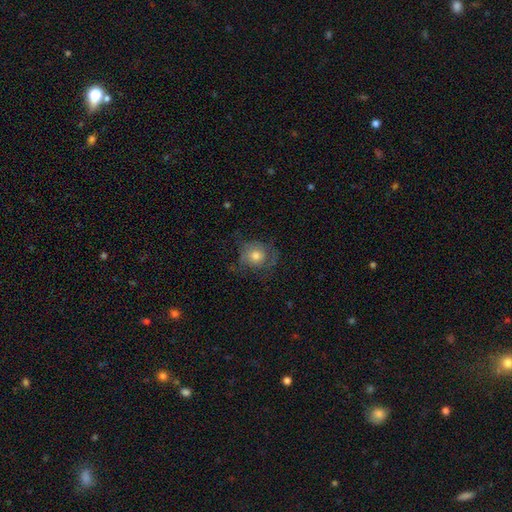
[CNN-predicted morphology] Smooth or featured? smooth (54%)
How rounded? round (81%)
Merging? none (59%)